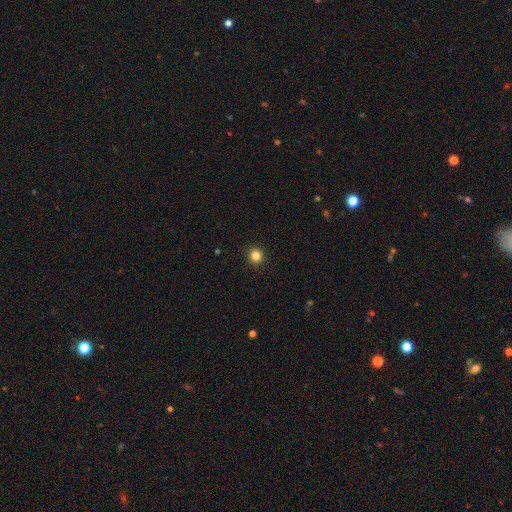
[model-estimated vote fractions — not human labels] The model was most divided on "smooth or featured": smooth: 84%, star or artifact: 12%, featured or disk: 4%. More confident: merging — none (93%); how rounded — round (91%).